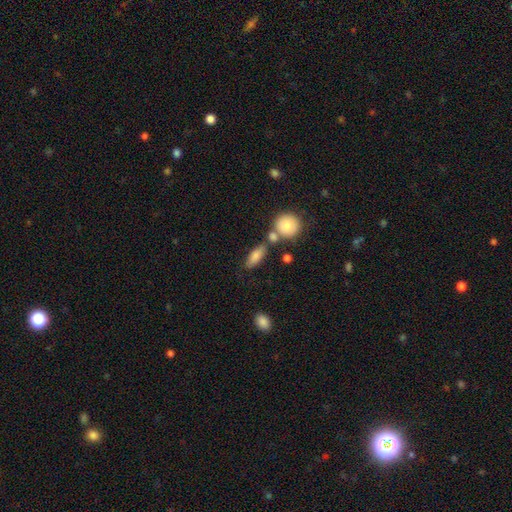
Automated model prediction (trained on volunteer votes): Smooth or featured? Predicted: smooth (p=0.77). How rounded? Predicted: in between (p=0.65). Merging? Predicted: none (p=0.62).